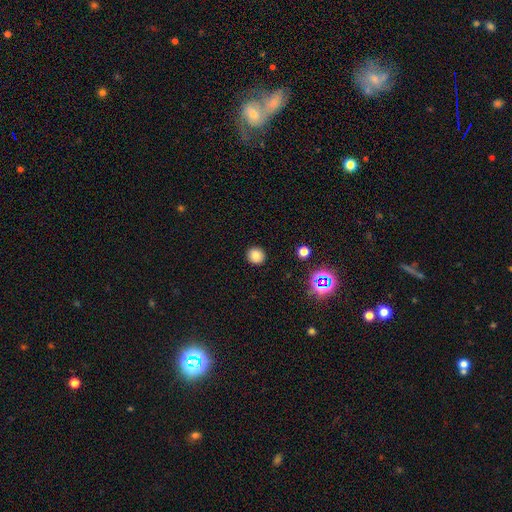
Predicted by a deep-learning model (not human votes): Smooth or featured? Predicted: smooth (p=0.82). How rounded? Predicted: round (p=0.90). Merging? Predicted: none (p=0.92).